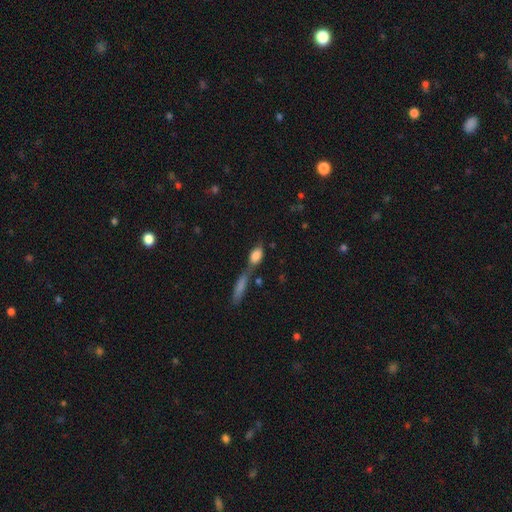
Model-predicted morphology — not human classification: type=smooth (80%); roundness=in between (78%); merging=merger (50%).